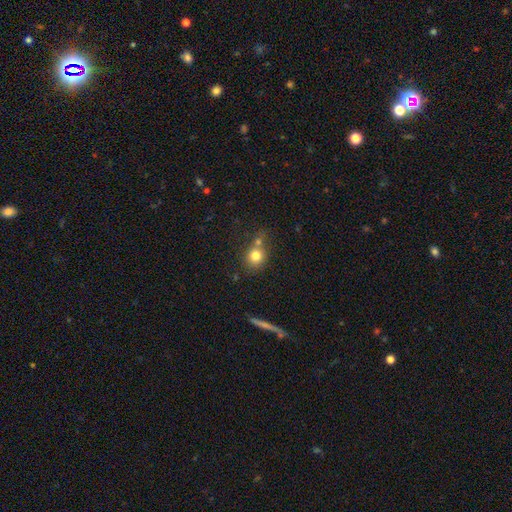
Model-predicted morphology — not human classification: The model was most divided on "merging": none: 59%, merger: 26%, minor disturbance: 11%, major disturbance: 4%. More confident: how rounded — round (82%); smooth or featured — smooth (79%).